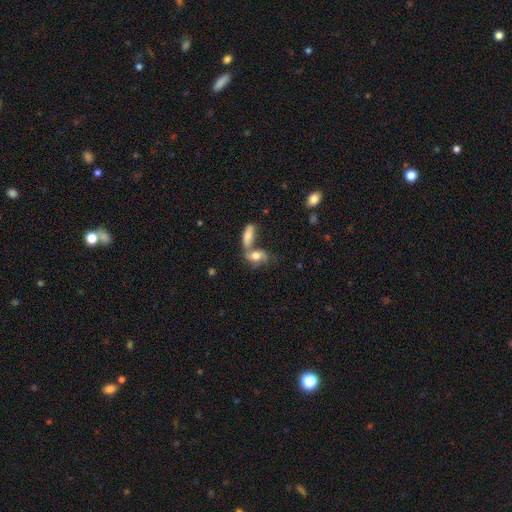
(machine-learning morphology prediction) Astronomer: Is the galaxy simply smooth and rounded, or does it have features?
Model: smooth — 50% (runner-up: featured or disk, 40%).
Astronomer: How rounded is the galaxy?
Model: in between — 79%.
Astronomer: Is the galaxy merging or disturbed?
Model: merger — 60%.